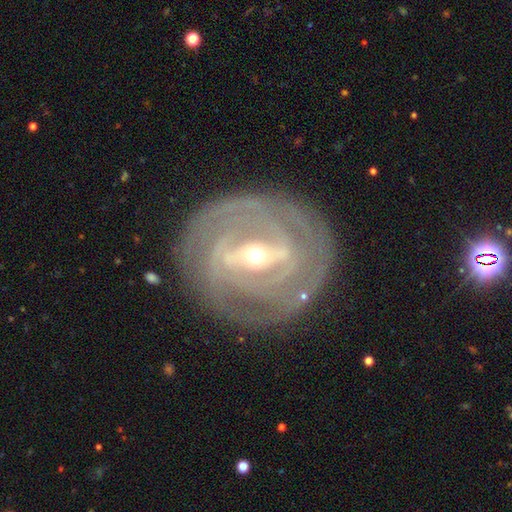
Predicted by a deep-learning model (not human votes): Overall: featured or disk (87%). Edge-on disk: no (94%). Bar: strong (60%; weak 30%). Spiral arms: yes (87%). Spiral arm count: can't tell (35%; 2 27%). Spiral winding: tight (77%). Bulge size: small (59%; moderate 38%). Merging: none (82%).